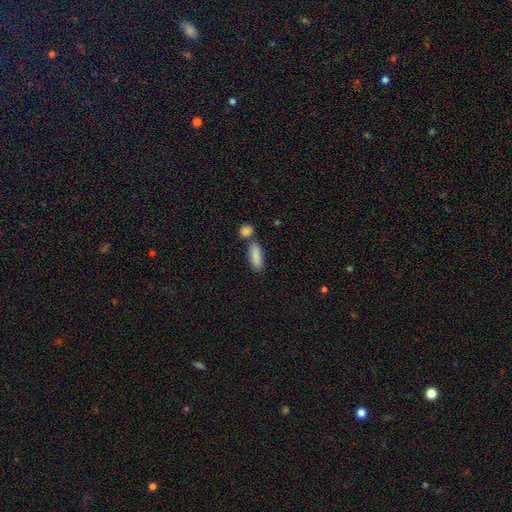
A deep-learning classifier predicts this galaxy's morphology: Overall: smooth (87%). How rounded: in between (68%; cigar-shaped 29%). Merging: none (61%; merger 23%).